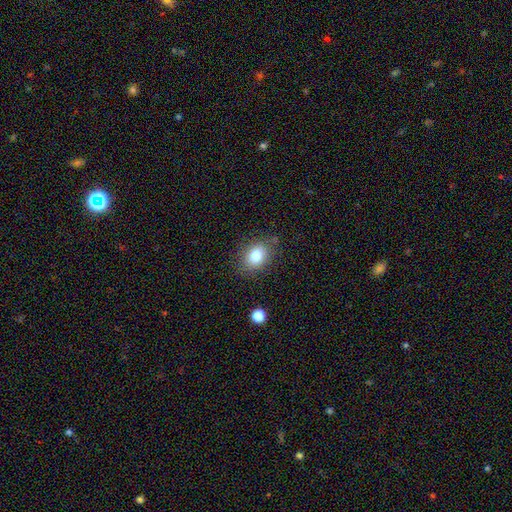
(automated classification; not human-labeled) Smooth or featured?
  - smooth: 82% *
  - star or artifact: 10%
  - featured or disk: 9%
How rounded?
  - in between: 57% *
  - round: 42%
  - cigar-shaped: 1%
Merging?
  - none: 79% *
  - minor disturbance: 14%
  - major disturbance: 4%
  - merger: 3%